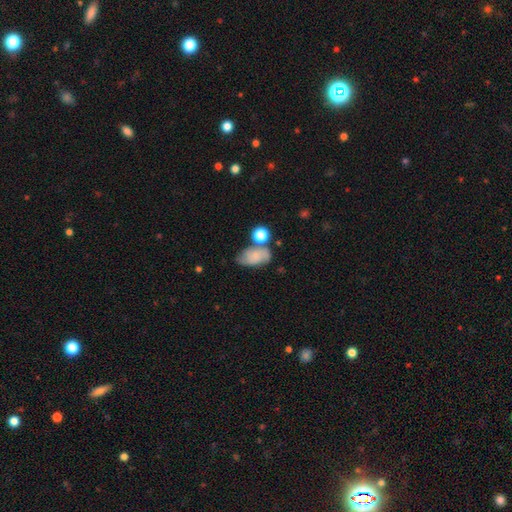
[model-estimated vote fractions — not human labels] Smooth or featured?
  - smooth: 59% *
  - featured or disk: 32%
  - star or artifact: 9%
How rounded?
  - in between: 87% *
  - round: 10%
  - cigar-shaped: 3%
Merging?
  - none: 48% *
  - minor disturbance: 24%
  - merger: 18%
  - major disturbance: 9%